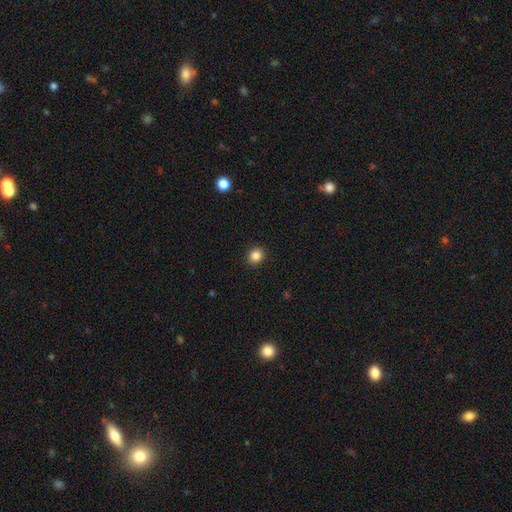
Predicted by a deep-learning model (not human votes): A smooth galaxy with no disk features (85%) that is round (75%).

Vote fractions:
- Smooth or featured? smooth: 85% / star or artifact: 11% / featured or disk: 4%
- How rounded? round: 75% / in between: 24% / cigar-shaped: 1%
- Merging? none: 92% / minor disturbance: 5% / major disturbance: 2% / merger: 1%